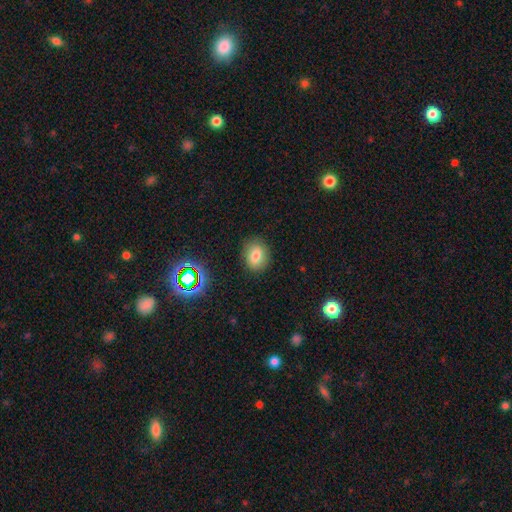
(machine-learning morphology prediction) Smooth or featured? smooth (75%)
How rounded? round (55%)
Merging? none (85%)